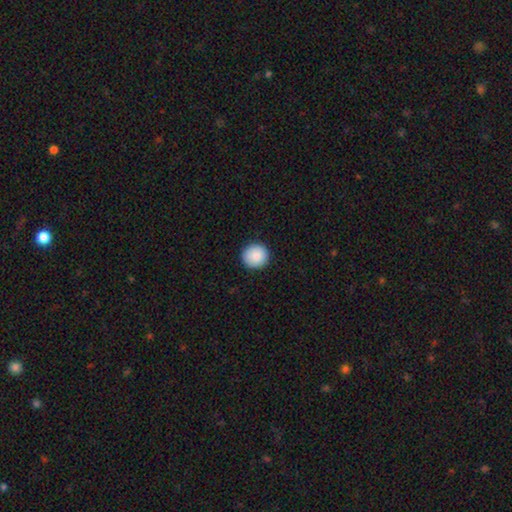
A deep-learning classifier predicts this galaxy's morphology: The model was most divided on "smooth or featured": smooth: 88%, star or artifact: 7%, featured or disk: 5%. More confident: how rounded — round (94%); merging — none (92%).